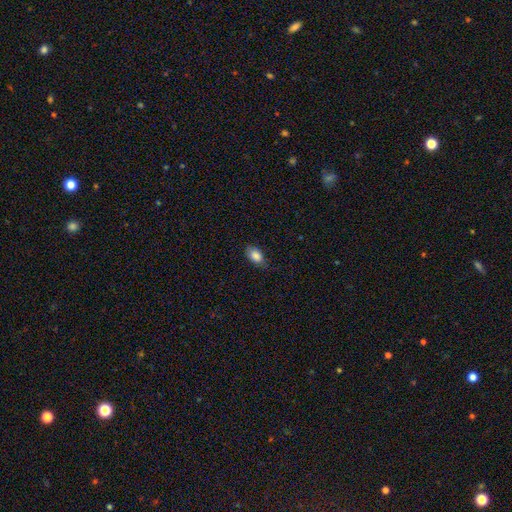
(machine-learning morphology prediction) A smooth galaxy with no disk features (86%) that is in between round and cigar-shaped (89%). Merging: none (78%).